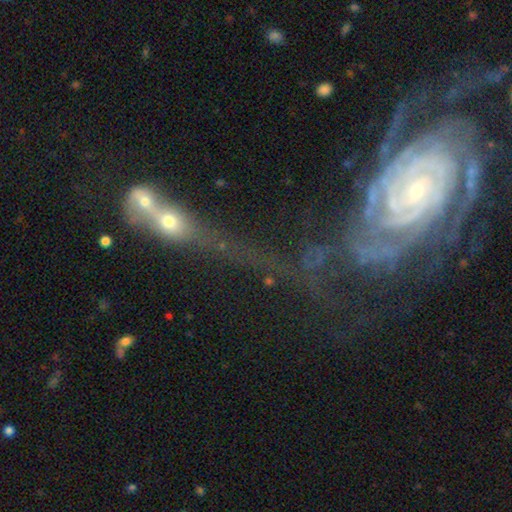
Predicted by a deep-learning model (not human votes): Smooth or featured?
  - featured or disk: 78% *
  - smooth: 12%
  - star or artifact: 10%
Edge-on disk?
  - no: 88% *
  - yes: 12%
Bar?
  - no: 71% *
  - weak: 20%
  - strong: 9%
Spiral arms?
  - yes: 87% *
  - no: 13%
Spiral winding?
  - tight: 66% *
  - medium: 23%
  - loose: 12%
Spiral arm count?
  - can't tell: 39% *
  - 2: 27%
  - 3: 13%
  - 4: 8%
  - more than 4: 7%
  - 1: 6%
Bulge size?
  - small: 67% *
  - moderate: 25%
  - large: 3%
  - none: 3%
  - dominant: 2%
Merging?
  - merger: 37% *
  - none: 26%
  - major disturbance: 23%
  - minor disturbance: 14%